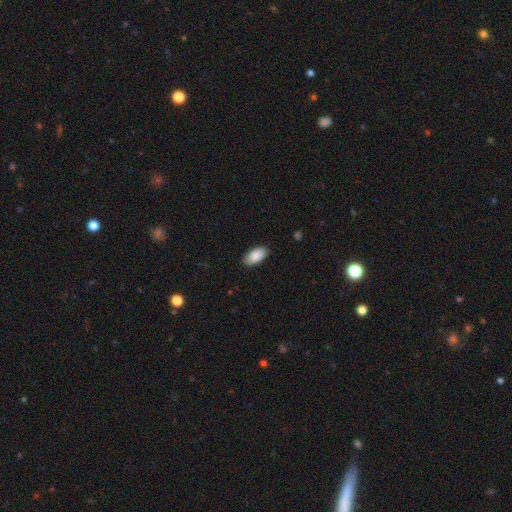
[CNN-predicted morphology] A smooth galaxy with no disk features (89%) that is in between round and cigar-shaped (95%).

Vote fractions:
- Smooth or featured? smooth: 89% / star or artifact: 6% / featured or disk: 5%
- How rounded? in between: 95% / cigar-shaped: 3% / round: 2%
- Merging? none: 88% / minor disturbance: 9% / major disturbance: 2% / merger: 1%